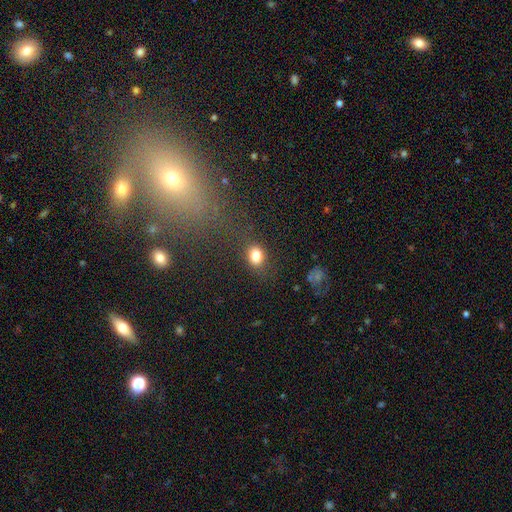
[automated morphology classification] Smooth or featured? Predicted: smooth (p=0.81). How rounded? Predicted: in between (p=0.52). Merging? Predicted: none (p=0.81).